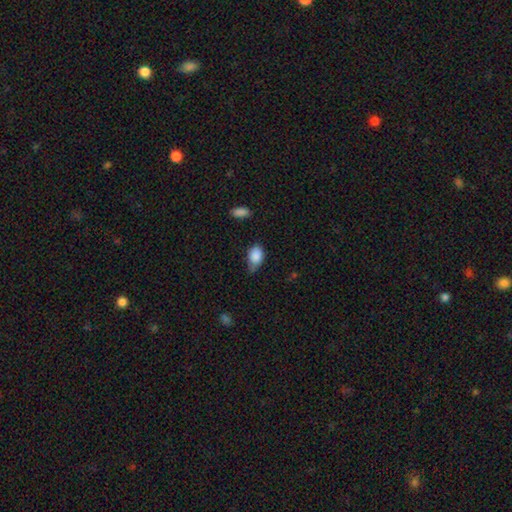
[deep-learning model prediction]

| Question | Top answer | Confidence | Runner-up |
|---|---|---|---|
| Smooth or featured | smooth | 87% | star or artifact (7%) |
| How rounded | in between | 83% | round (16%) |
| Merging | minor disturbance | 47% | none (39%) |